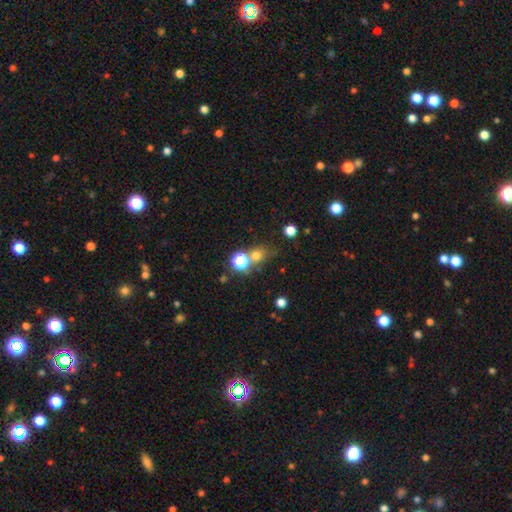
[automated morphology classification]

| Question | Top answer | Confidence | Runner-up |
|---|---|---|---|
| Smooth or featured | smooth | 67% | star or artifact (24%) |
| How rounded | round | 79% | in between (20%) |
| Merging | none | 61% | merger (23%) |